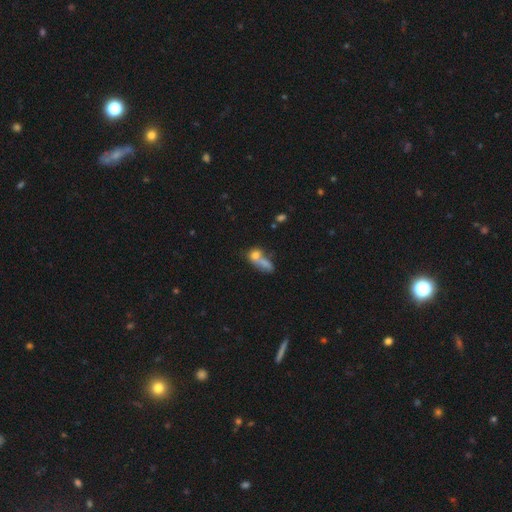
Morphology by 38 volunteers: Overall: smooth (92%). How rounded: round (54%; in between 40%). Merging: merger (57%; none 38%).